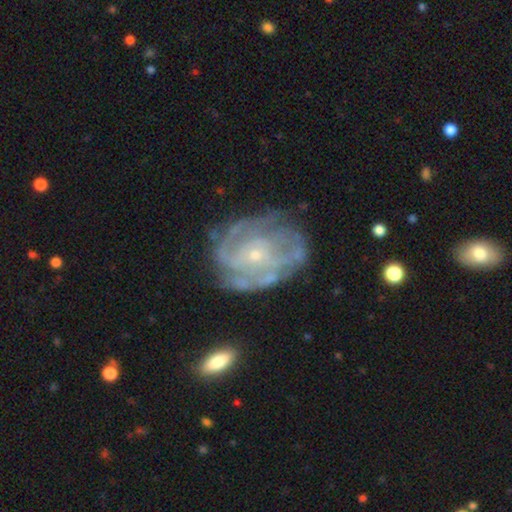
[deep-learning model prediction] Smooth or featured: featured or disk — 82% (smooth — 11%)
Edge-on disk: no — 97% (yes — 3%)
Bar: no — 71% (weak — 24%)
Spiral arms: yes — 85% (no — 15%)
Spiral winding: tight — 55% (medium — 33%)
Spiral arm count: can't tell — 43% (3 — 18%)
Bulge size: small — 76% (moderate — 19%)
Merging: none — 61% (minor disturbance — 22%)